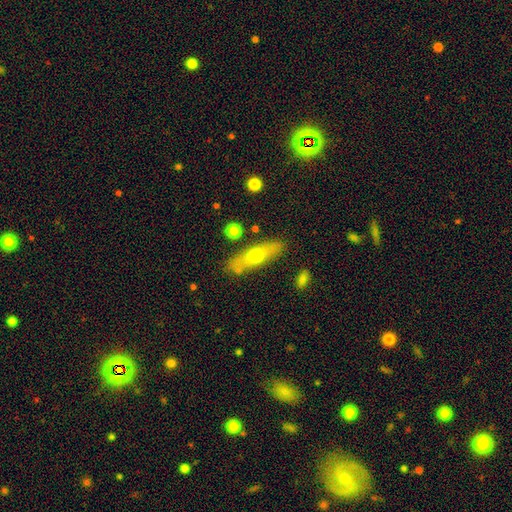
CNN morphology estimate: This appears to be a smooth galaxy with no disk features (53%) that is cigar-shaped (61%). Merging: none (79%).